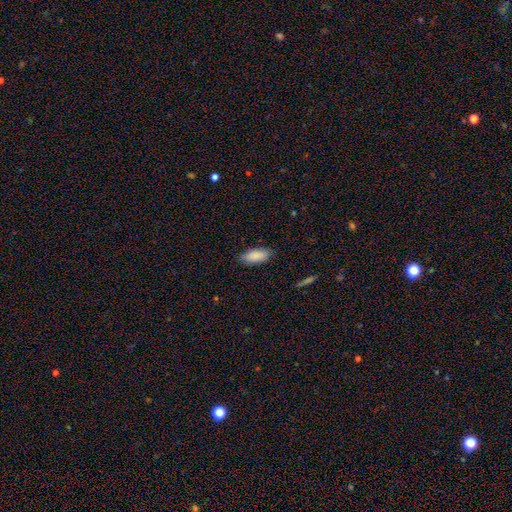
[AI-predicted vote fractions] This appears to be a smooth galaxy with no disk features (89%) that is in between round and cigar-shaped (85%). Merging: none (84%).